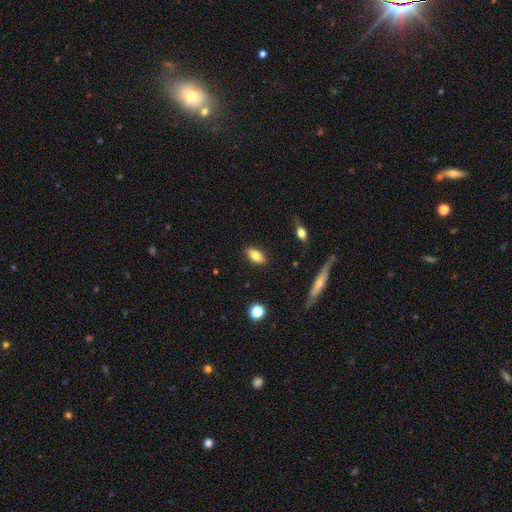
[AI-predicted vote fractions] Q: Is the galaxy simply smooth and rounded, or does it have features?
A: smooth — 77%.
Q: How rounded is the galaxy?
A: in between — 86%.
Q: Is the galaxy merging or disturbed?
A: none — 87%.